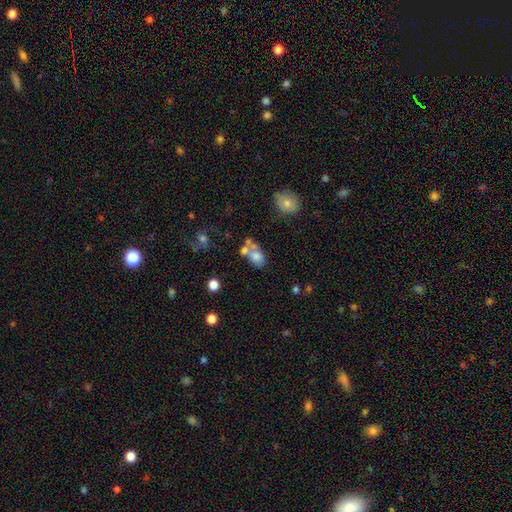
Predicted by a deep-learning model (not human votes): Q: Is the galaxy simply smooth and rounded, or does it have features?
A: smooth — 68%.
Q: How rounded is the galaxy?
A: in between — 72%.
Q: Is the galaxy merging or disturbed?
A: merger — 48%.